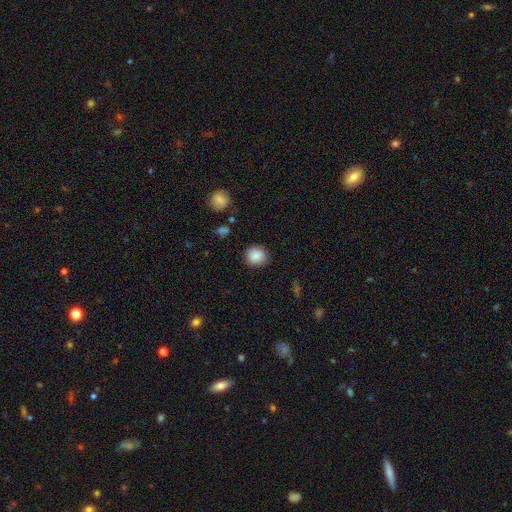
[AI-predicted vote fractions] A smooth galaxy with no disk features (87%) that is round (88%).

Vote fractions:
- Smooth or featured? smooth: 87% / star or artifact: 9% / featured or disk: 5%
- How rounded? round: 88% / in between: 11% / cigar-shaped: 1%
- Merging? none: 88% / minor disturbance: 8% / major disturbance: 2% / merger: 1%